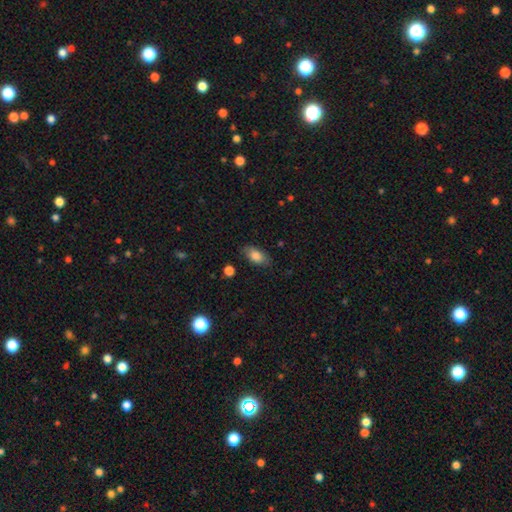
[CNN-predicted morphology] Q: Smooth or featured?
A: smooth (83%); runner-up: featured or disk (10%)
Q: How rounded?
A: in between (90%); runner-up: cigar-shaped (5%)
Q: Merging?
A: none (79%); runner-up: minor disturbance (16%)